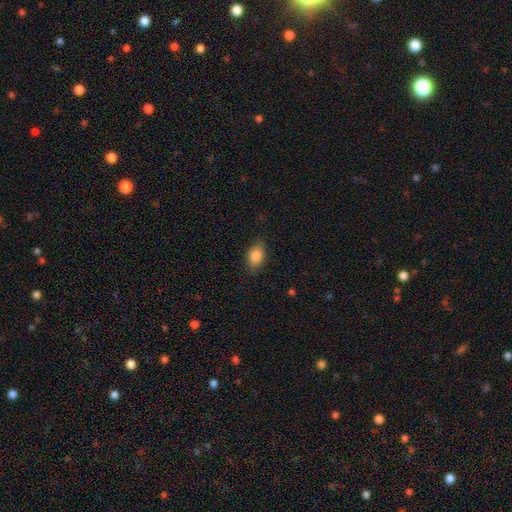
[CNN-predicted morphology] The model was most divided on "merging": none: 82%, minor disturbance: 14%, major disturbance: 3%, merger: 1%. More confident: how rounded — in between (85%); smooth or featured — smooth (85%).